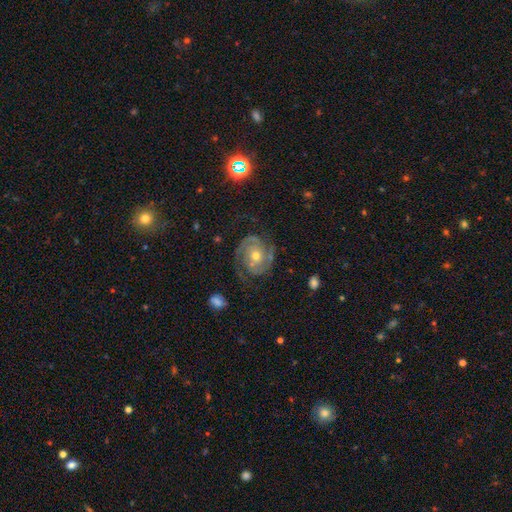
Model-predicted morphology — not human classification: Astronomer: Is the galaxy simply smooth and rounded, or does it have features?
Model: featured or disk — 88%.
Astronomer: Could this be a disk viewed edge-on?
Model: no — 98%.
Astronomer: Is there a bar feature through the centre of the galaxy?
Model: no — 72%.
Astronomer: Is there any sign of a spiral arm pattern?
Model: yes — 97%.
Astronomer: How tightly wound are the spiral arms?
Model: tight — 50% (runner-up: medium, 40%).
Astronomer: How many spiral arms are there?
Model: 2 — 86%.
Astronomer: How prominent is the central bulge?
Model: moderate — 58% (runner-up: small, 38%).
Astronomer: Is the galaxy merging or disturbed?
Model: none — 75%.